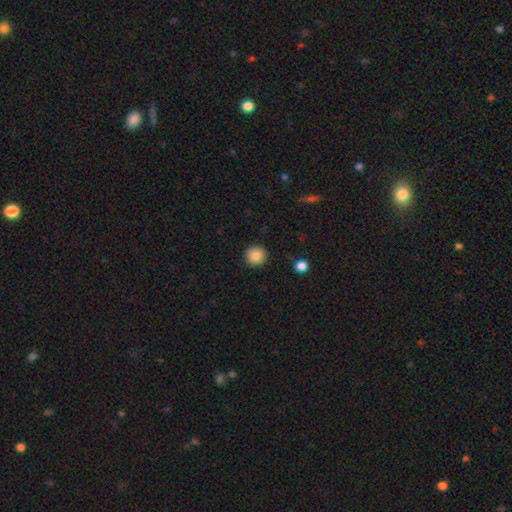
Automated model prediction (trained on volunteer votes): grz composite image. It shows a smooth galaxy with no disk features (86%) that is round (95%). Merging: none (92%).